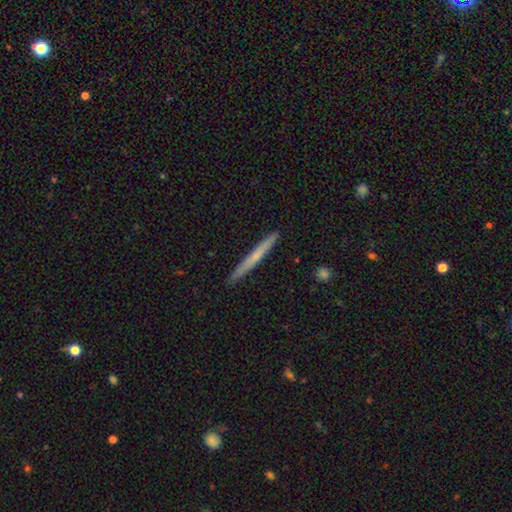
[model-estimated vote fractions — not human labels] This appears to be a smooth galaxy with no disk features (51%) that is cigar-shaped (97%). Merging: none (90%).